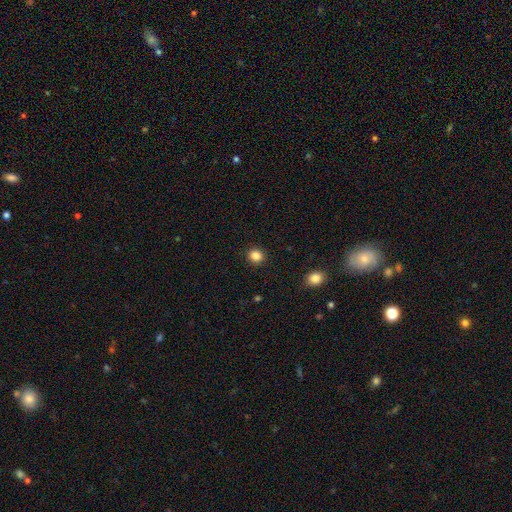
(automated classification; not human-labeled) Q: Smooth or featured?
A: smooth (84%); runner-up: star or artifact (12%)
Q: How rounded?
A: round (80%); runner-up: in between (19%)
Q: Merging?
A: none (91%); runner-up: minor disturbance (6%)